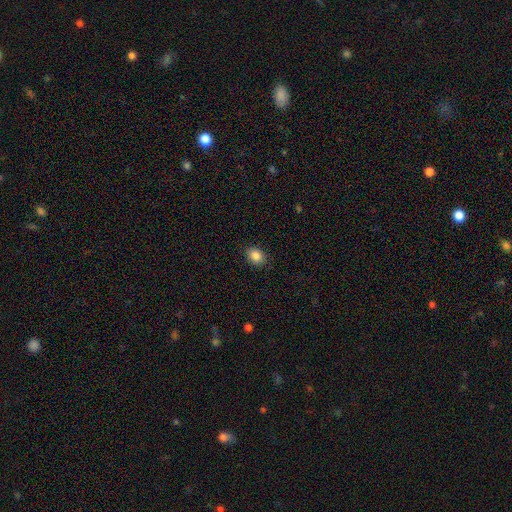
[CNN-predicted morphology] Smooth or featured? Predicted: smooth (p=0.87). How rounded? Predicted: in between (p=0.64). Merging? Predicted: none (p=0.87).